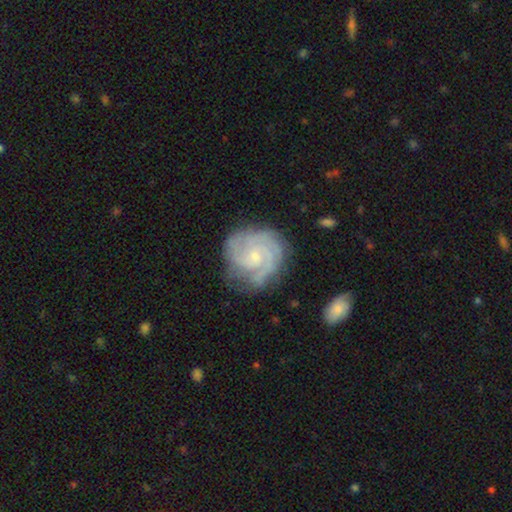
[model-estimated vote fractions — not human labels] smooth-or-featured: featured or disk: 87% | smooth: 8% | star or artifact: 5%
  disk-edge-on: no: 98% | yes: 2%
    bar: no: 70% | weak: 26% | strong: 4%
    has-spiral-arms: yes: 98% | no: 2%
      spiral-winding: tight: 66% | medium: 29% | loose: 4%
      spiral-arm-count: 3: 38% | 2: 19% | can't tell: 17% | 4: 16% | more than 4: 6% | 1: 6%
    bulge-size: small: 77% | moderate: 17% | none: 4% | large: 1% | dominant: 1%
  merging: none: 72% | minor disturbance: 19% | major disturbance: 7% | merger: 2%